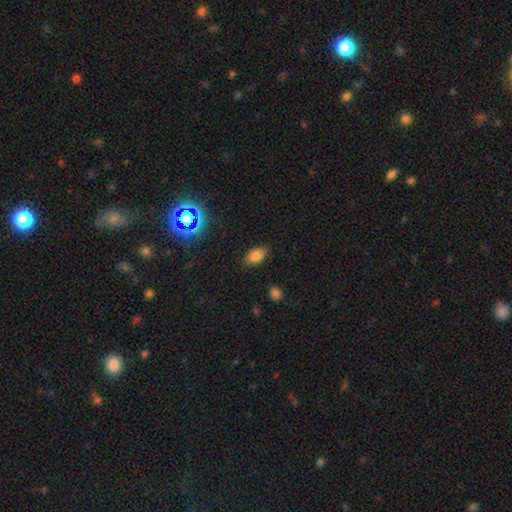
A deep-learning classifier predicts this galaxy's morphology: This is likely a smooth galaxy (79%). How rounded: clearly in between (91%). Merging: clearly none (84%).